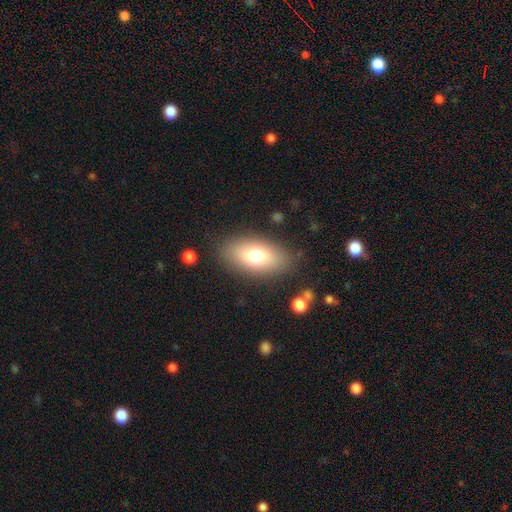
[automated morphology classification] This is likely a smooth galaxy (74%). How rounded: clearly in between (89%). Merging: clearly none (83%).